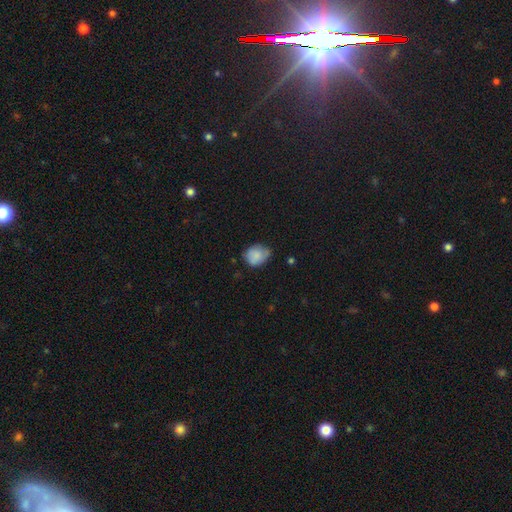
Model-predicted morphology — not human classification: Smooth or featured: smooth — 82% (featured or disk — 10%)
How rounded: round — 57% (in between — 42%)
Merging: none — 52% (minor disturbance — 38%)